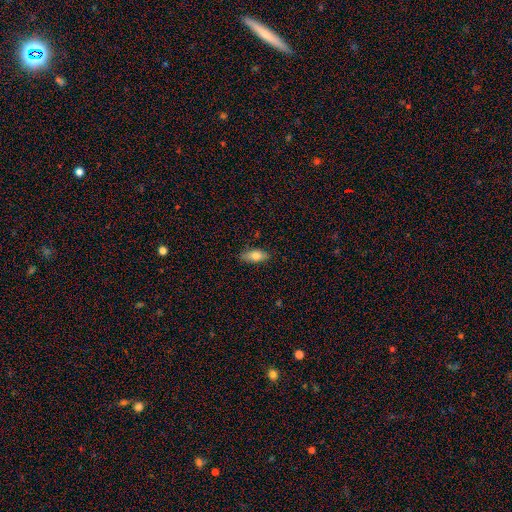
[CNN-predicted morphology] Smooth or featured: smooth — 79% (featured or disk — 14%)
How rounded: in between — 87% (cigar-shaped — 10%)
Merging: none — 82% (minor disturbance — 14%)